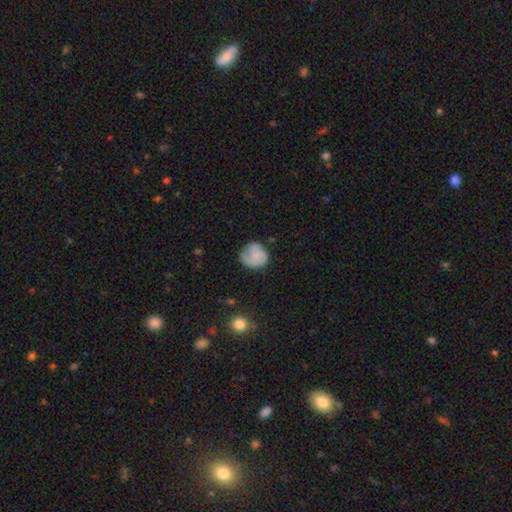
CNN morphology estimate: smooth 66%, featured or disk 26%, star or artifact 8%. Down the decision tree: how rounded — round (81%); merging — none (59%).